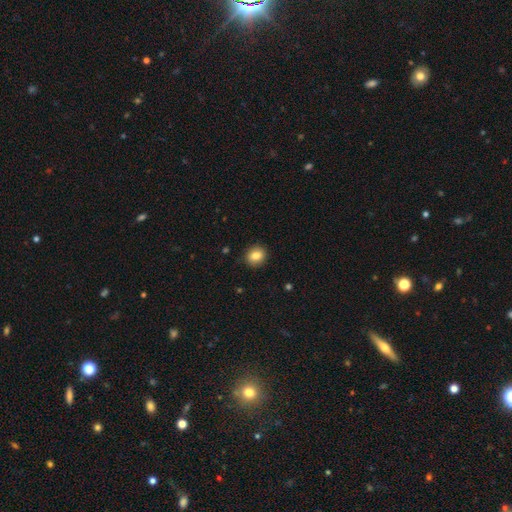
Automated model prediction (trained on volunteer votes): Q: Smooth or featured?
A: smooth (84%); runner-up: star or artifact (9%)
Q: How rounded?
A: round (73%); runner-up: in between (26%)
Q: Merging?
A: none (89%); runner-up: minor disturbance (8%)